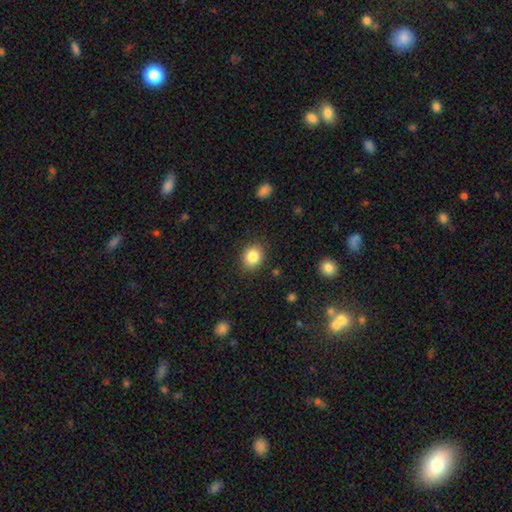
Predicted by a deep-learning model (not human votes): smooth_or_featured: smooth (p=0.85) [alt: star or artifact p=0.10]
how_rounded: round (p=0.65) [alt: in between p=0.34]
merging: none (p=0.87) [alt: minor disturbance p=0.09]